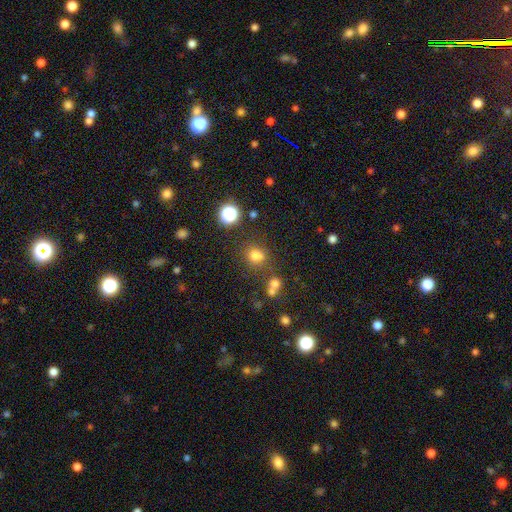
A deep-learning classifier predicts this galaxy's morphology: This is likely a smooth galaxy (73%). How rounded: likely round (74%). Merging: likely none (68%).